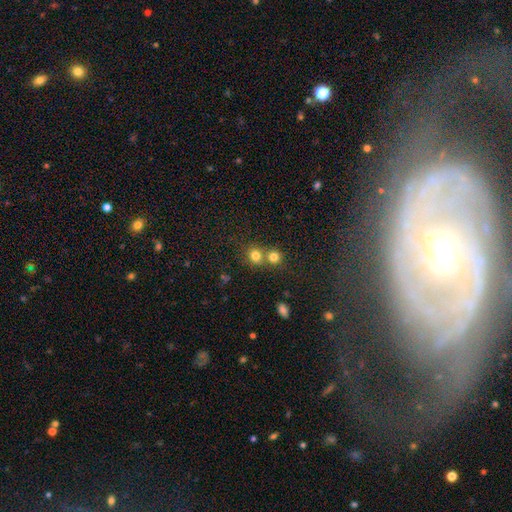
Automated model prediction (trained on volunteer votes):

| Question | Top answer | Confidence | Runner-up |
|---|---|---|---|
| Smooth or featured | smooth | 78% | star or artifact (14%) |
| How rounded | round | 81% | in between (18%) |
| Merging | none | 47% | merger (44%) |